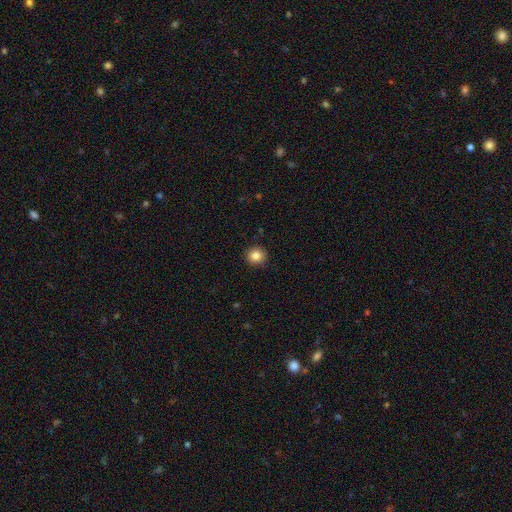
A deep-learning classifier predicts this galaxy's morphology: Q: Smooth or featured?
A: smooth (85%); runner-up: star or artifact (10%)
Q: How rounded?
A: round (92%); runner-up: in between (7%)
Q: Merging?
A: none (92%); runner-up: minor disturbance (6%)